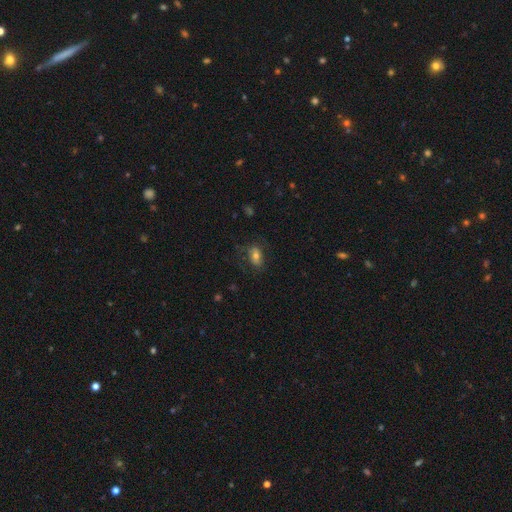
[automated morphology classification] The model was most divided on "smooth or featured": smooth: 68%, featured or disk: 22%, star or artifact: 10%. More confident: how rounded — in between (85%); merging — none (68%).